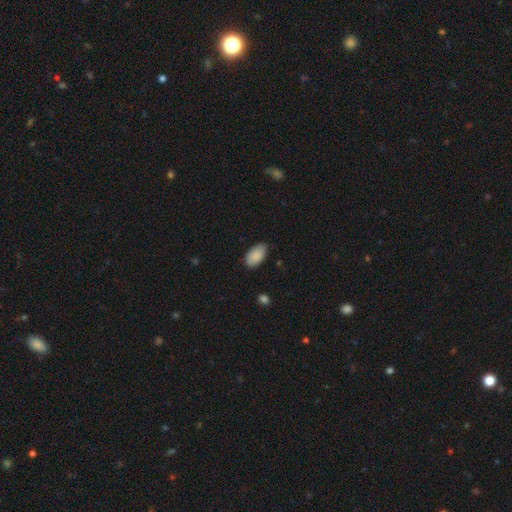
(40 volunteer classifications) smooth-or-featured: smooth: 92% | star or artifact: 5% | featured or disk: 2%
  how-rounded: in between: 92% | round: 5% | cigar-shaped: 3%
  merging: none: 58% | minor disturbance: 37% | major disturbance: 5% | merger: 0%